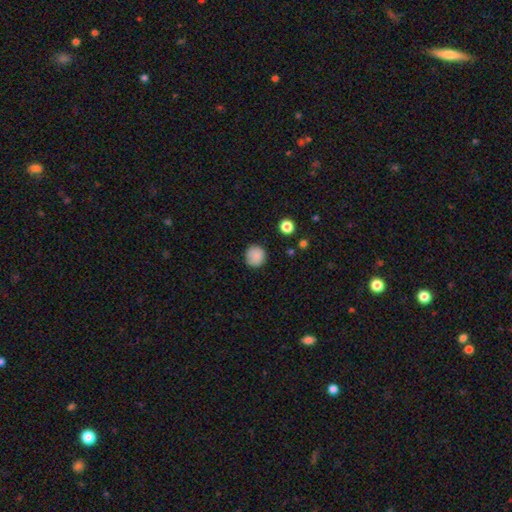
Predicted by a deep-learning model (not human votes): smooth 87%, star or artifact 9%, featured or disk 4%. Down the decision tree: how rounded — round (94%); merging — none (88%).